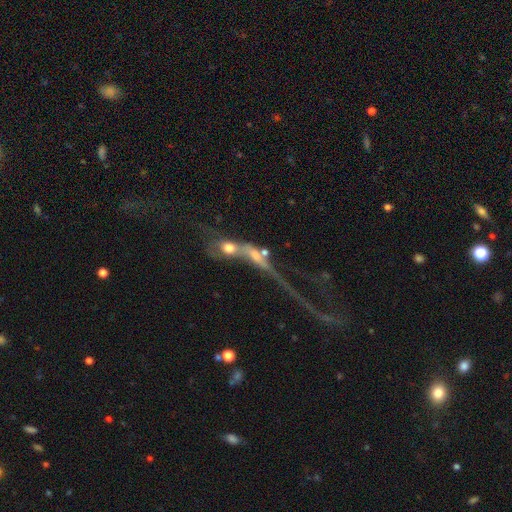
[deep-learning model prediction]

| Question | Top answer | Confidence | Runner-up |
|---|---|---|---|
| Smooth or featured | featured or disk | 44% | smooth (39%) |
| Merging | merger | 63% | major disturbance (19%) |